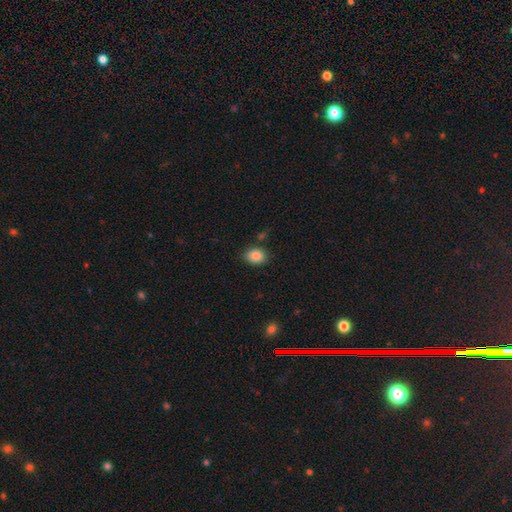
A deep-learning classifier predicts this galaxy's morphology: smooth-or-featured: smooth: 87% | star or artifact: 9% | featured or disk: 5%
  how-rounded: in between: 59% | round: 40% | cigar-shaped: 1%
  merging: none: 81% | minor disturbance: 12% | merger: 4% | major disturbance: 3%